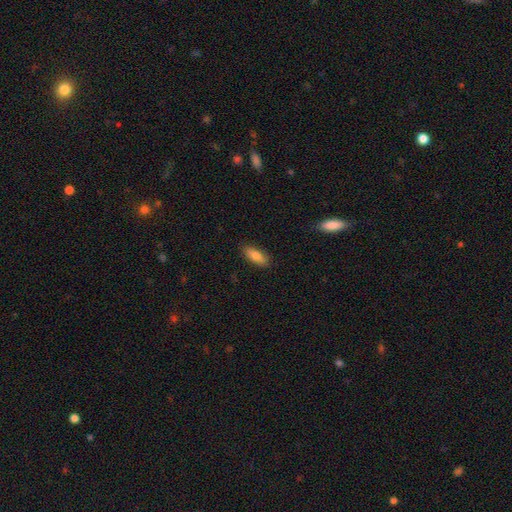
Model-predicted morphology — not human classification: A smooth galaxy with no disk features (79%) that is in between round and cigar-shaped (76%).

Vote fractions:
- Smooth or featured? smooth: 79% / featured or disk: 14% / star or artifact: 7%
- How rounded? in between: 76% / cigar-shaped: 21% / round: 3%
- Merging? none: 87% / minor disturbance: 10% / major disturbance: 2% / merger: 1%